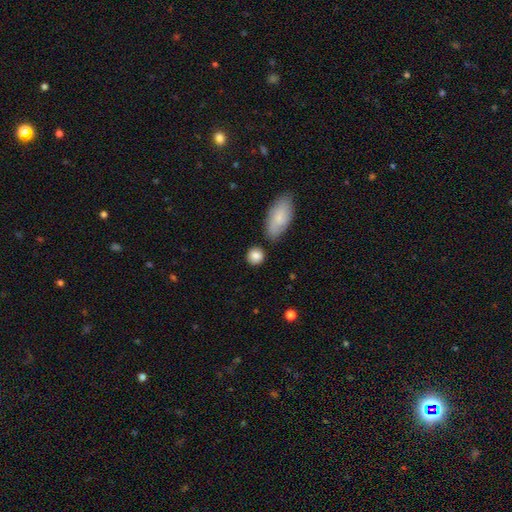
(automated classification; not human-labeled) This is clearly a smooth galaxy (86%). How rounded: likely round (73%). Merging: likely none (76%).